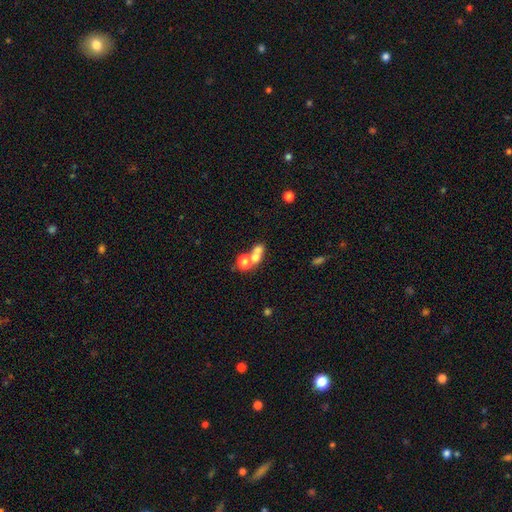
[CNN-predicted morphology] Smooth or featured?
  - smooth: 63% *
  - featured or disk: 21%
  - star or artifact: 16%
How rounded?
  - round: 67% *
  - in between: 30%
  - cigar-shaped: 2%
Merging?
  - merger: 58% *
  - none: 30%
  - minor disturbance: 6%
  - major disturbance: 5%